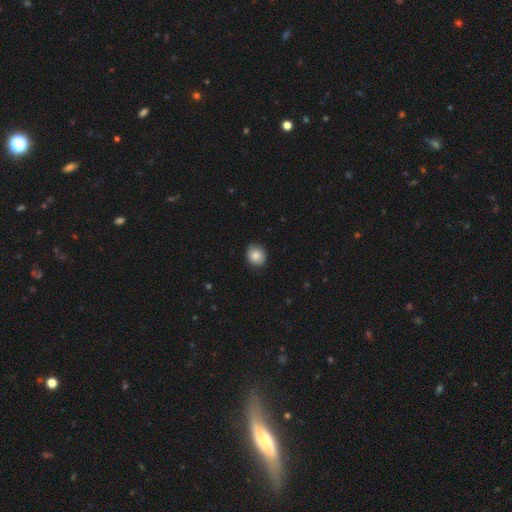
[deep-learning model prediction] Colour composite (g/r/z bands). It shows a smooth galaxy with no disk features (83%) that is round (80%). Merging: none (87%).